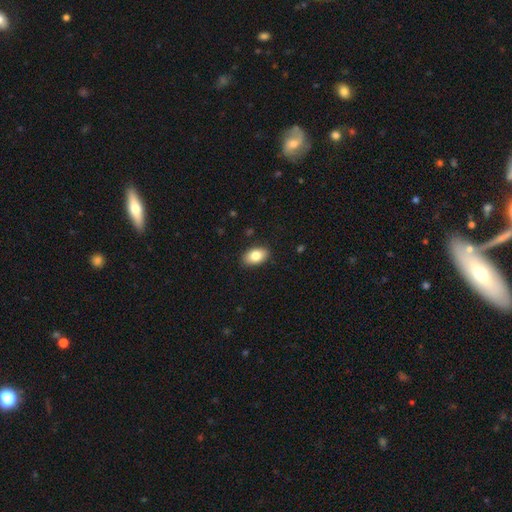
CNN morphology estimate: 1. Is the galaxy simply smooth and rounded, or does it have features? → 83% smooth, 9% featured or disk, 7% star or artifact.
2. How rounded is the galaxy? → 90% in between, 8% round, 1% cigar-shaped.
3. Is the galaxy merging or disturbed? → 88% none, 9% minor disturbance, 2% major disturbance, 1% merger.